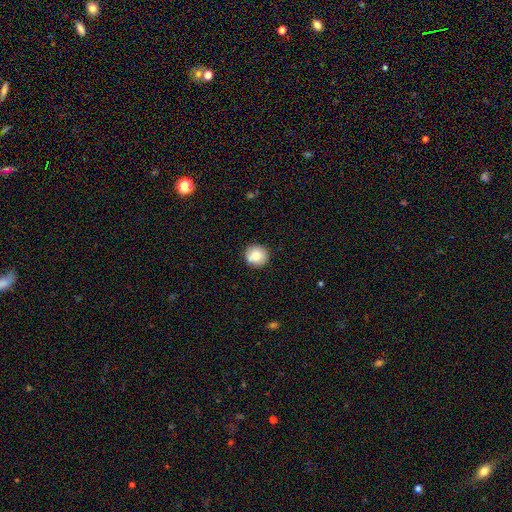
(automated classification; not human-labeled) A smooth galaxy with no disk features (77%) that is round (93%). Merging: none (85%).